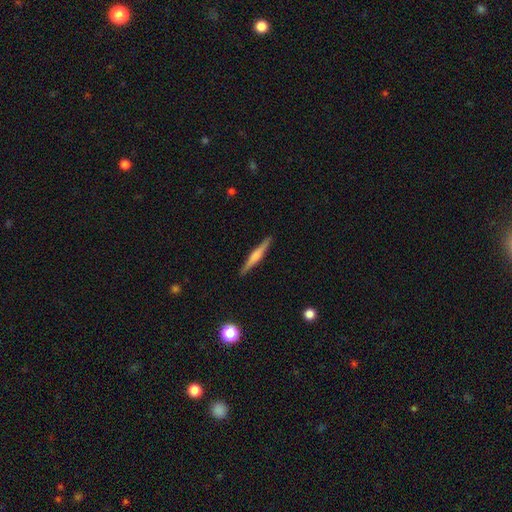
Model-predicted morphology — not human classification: smooth_or_featured: featured or disk (p=0.58) [alt: smooth p=0.36]
disk_edge_on: yes (p=0.98) [alt: no p=0.02]
edge_on_bulge: rounded (p=0.59) [alt: boxy p=0.25]
merging: none (p=0.91) [alt: minor disturbance p=0.06]